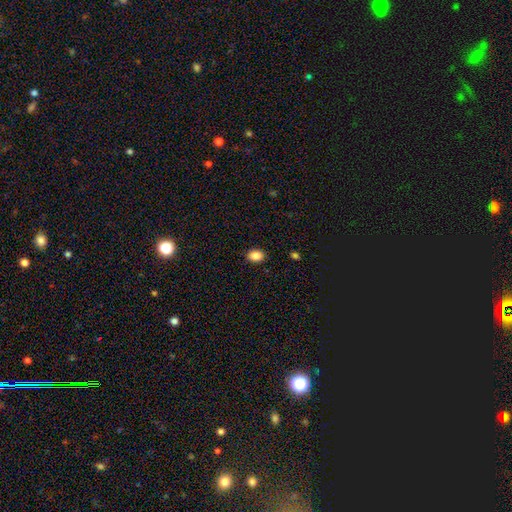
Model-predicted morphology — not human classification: A smooth galaxy with no disk features (88%) that is in between round and cigar-shaped (76%).

Vote fractions:
- Smooth or featured? smooth: 88% / star or artifact: 9% / featured or disk: 4%
- How rounded? in between: 76% / round: 23% / cigar-shaped: 1%
- Merging? none: 88% / minor disturbance: 8% / major disturbance: 2% / merger: 1%